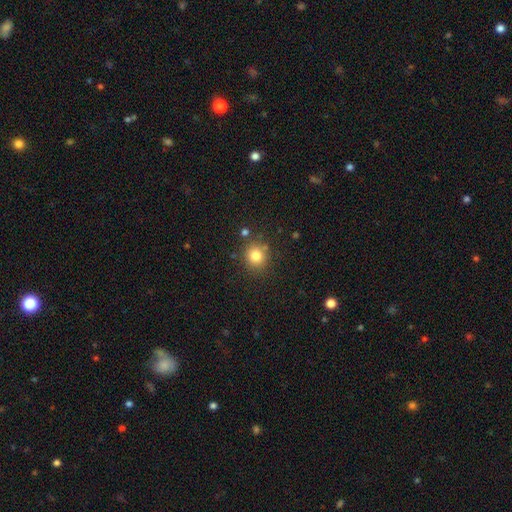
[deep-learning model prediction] Smooth or featured: smooth — 80% (star or artifact — 13%)
How rounded: round — 87% (in between — 13%)
Merging: none — 82% (minor disturbance — 10%)